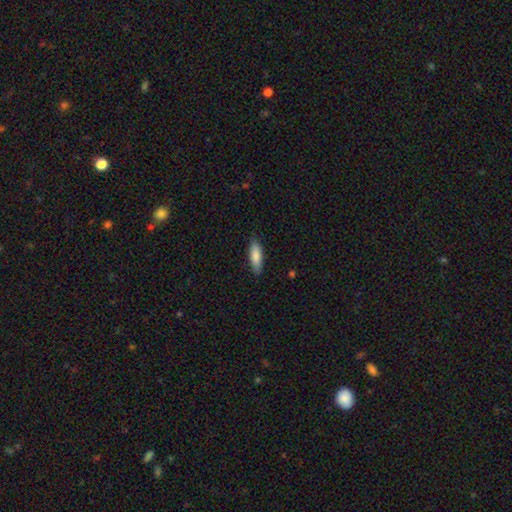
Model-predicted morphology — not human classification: A smooth galaxy with no disk features (83%) that is in between round and cigar-shaped (51%). Merging: none (85%).